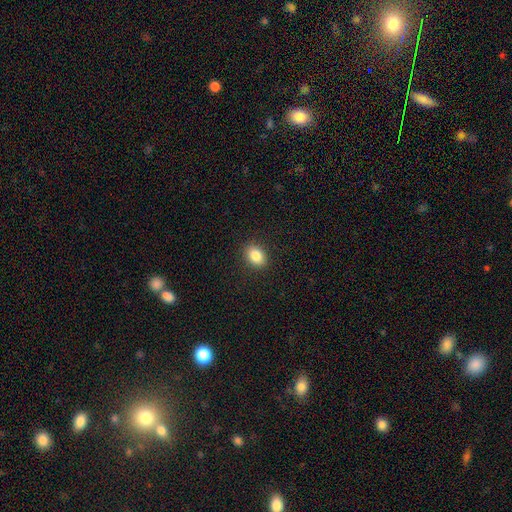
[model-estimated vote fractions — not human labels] Morphology: type=smooth (85%); roundness=in between (71%); merging=none (90%).